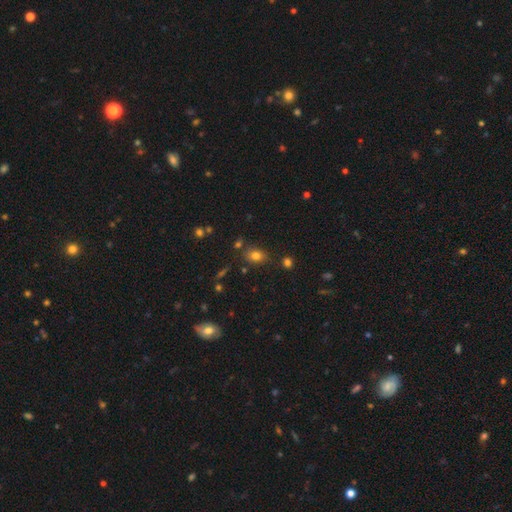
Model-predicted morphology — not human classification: This appears to be a smooth galaxy with no disk features (77%) that is in between round and cigar-shaped (68%). Merging: none (75%).